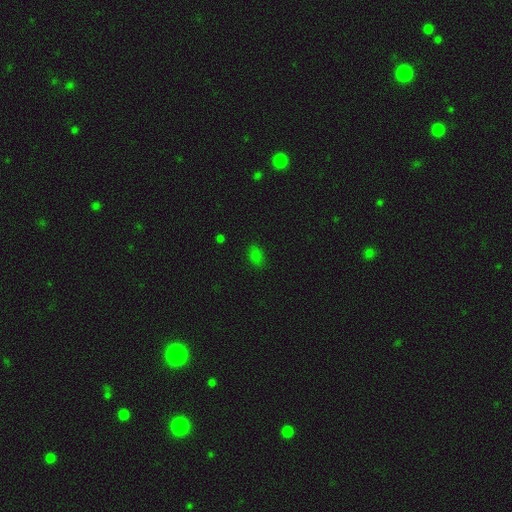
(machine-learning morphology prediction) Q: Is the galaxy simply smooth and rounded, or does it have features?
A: smooth — 77%.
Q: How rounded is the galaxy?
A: in between — 84%.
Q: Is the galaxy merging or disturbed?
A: none — 80%.